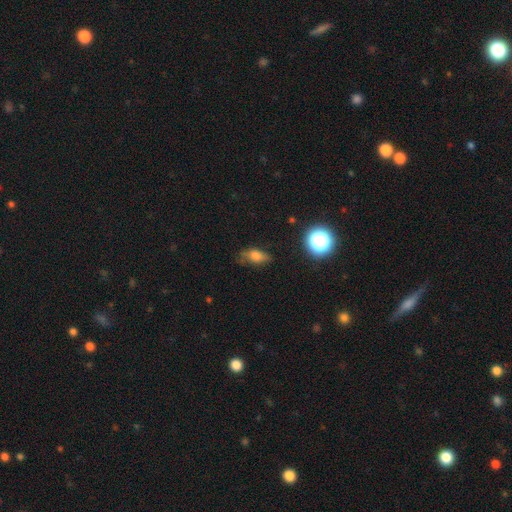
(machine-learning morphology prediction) A smooth galaxy with no disk features (68%) that is in between round and cigar-shaped (79%). Merging: none (58%).